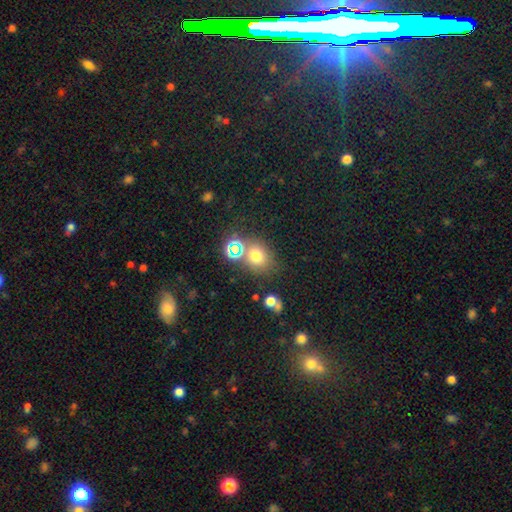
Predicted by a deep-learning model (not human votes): smooth 67%, star or artifact 23%, featured or disk 10%. Down the decision tree: how rounded — round (65%); merging — none (65%).